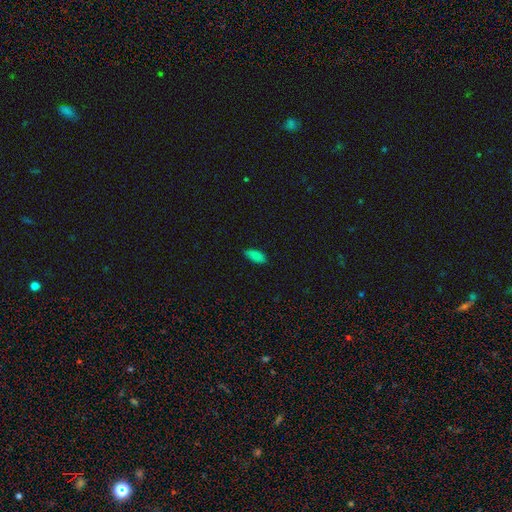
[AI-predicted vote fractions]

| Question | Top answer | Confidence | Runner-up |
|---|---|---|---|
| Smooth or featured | smooth | 83% | star or artifact (12%) |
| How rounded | in between | 87% | cigar-shaped (11%) |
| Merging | none | 78% | minor disturbance (18%) |